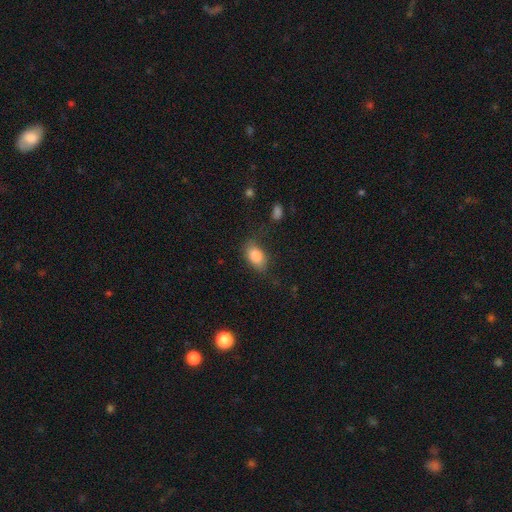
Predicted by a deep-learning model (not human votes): The model was most divided on "merging": none: 67%, minor disturbance: 22%, major disturbance: 8%, merger: 3%. More confident: how rounded — in between (87%); smooth or featured — smooth (85%).